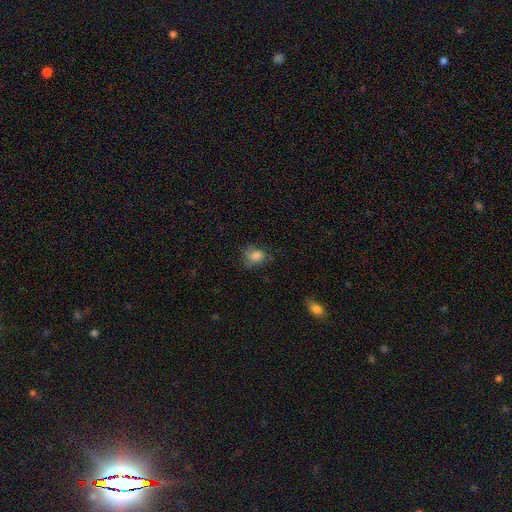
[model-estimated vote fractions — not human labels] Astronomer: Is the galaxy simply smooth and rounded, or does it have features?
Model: smooth — 79%.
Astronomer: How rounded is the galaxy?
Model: round — 51% (runner-up: in between, 47%).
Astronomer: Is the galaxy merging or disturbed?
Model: none — 62%.